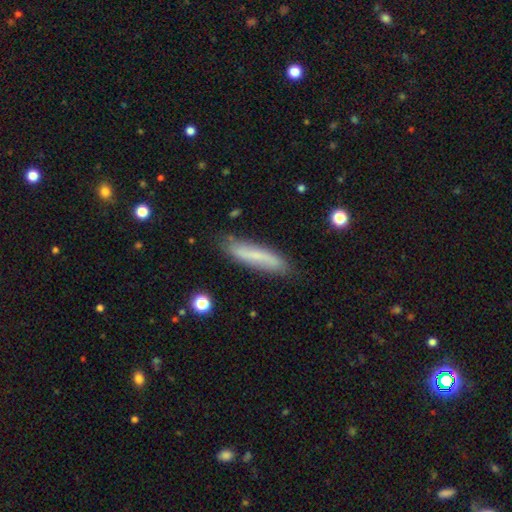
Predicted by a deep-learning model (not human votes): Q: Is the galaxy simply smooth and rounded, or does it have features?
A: smooth — 60%.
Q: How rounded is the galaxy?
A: cigar-shaped — 84%.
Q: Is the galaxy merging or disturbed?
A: none — 80%.